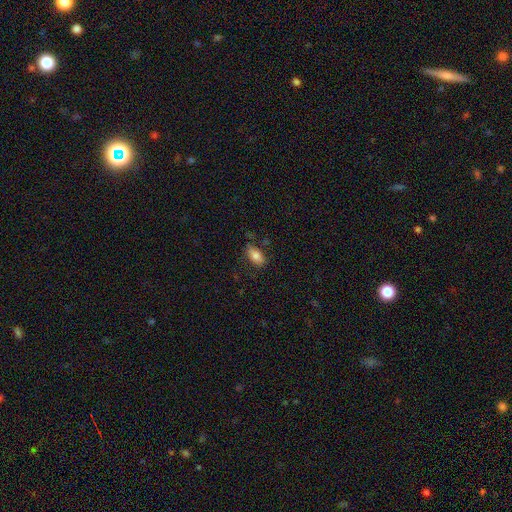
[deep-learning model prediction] smooth-or-featured: smooth: 81% | featured or disk: 11% | star or artifact: 8%
  how-rounded: in between: 89% | cigar-shaped: 6% | round: 5%
  merging: none: 75% | minor disturbance: 18% | major disturbance: 4% | merger: 3%